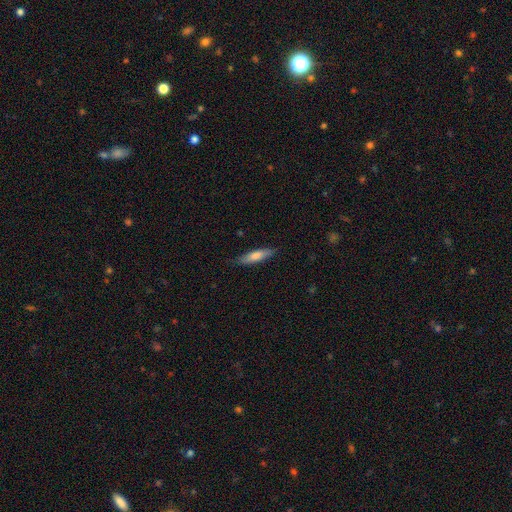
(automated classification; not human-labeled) smooth-or-featured: smooth: 68% | featured or disk: 26% | star or artifact: 6%
  how-rounded: cigar-shaped: 76% | in between: 23% | round: 2%
  merging: none: 84% | minor disturbance: 13% | major disturbance: 2% | merger: 1%